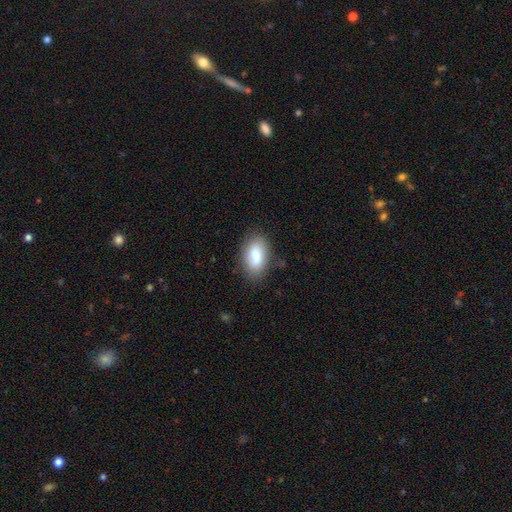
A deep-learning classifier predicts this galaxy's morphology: Overall: smooth (79%). How rounded: in between (92%). Merging: none (79%).